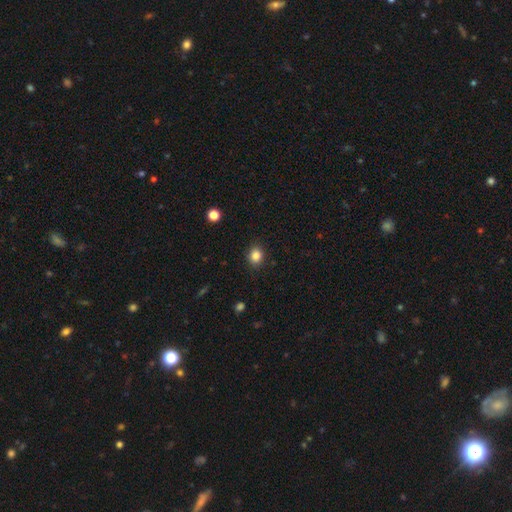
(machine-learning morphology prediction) Smooth or featured? smooth (85%)
How rounded? round (65%)
Merging? none (89%)